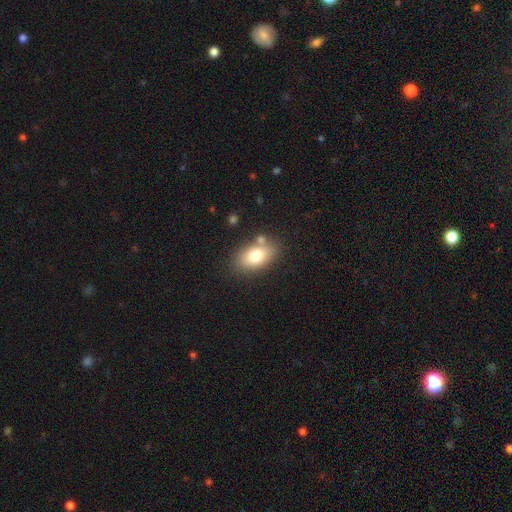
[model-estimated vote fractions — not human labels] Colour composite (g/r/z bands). It shows a smooth galaxy with no disk features (75%) that is in between round and cigar-shaped (87%). Merging: none (73%).